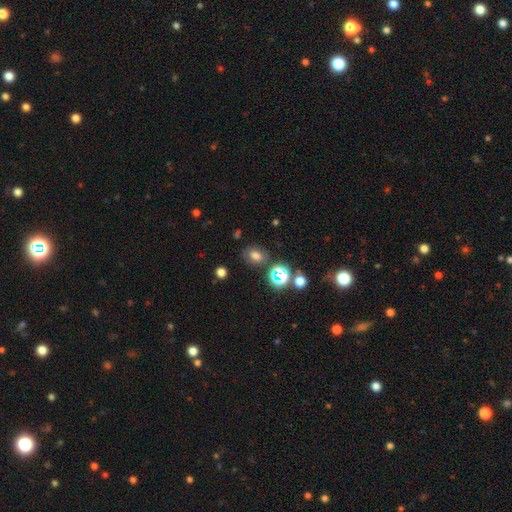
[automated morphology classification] This appears to be a smooth galaxy with no disk features (67%) that is in between round and cigar-shaped (59%). Merging: none (75%).